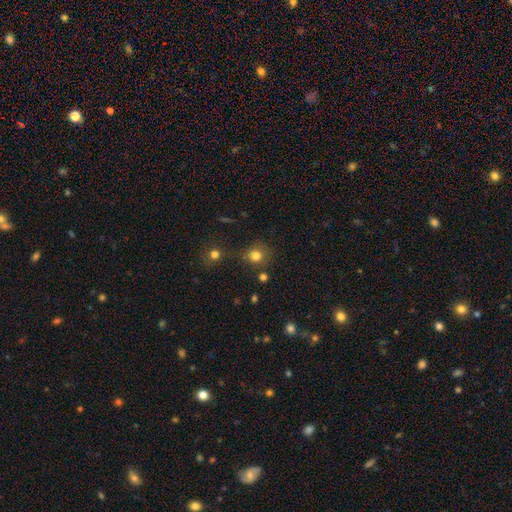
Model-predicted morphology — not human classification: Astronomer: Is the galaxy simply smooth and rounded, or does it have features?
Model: smooth — 79%.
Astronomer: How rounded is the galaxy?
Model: round — 83%.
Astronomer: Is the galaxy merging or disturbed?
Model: none — 68%.